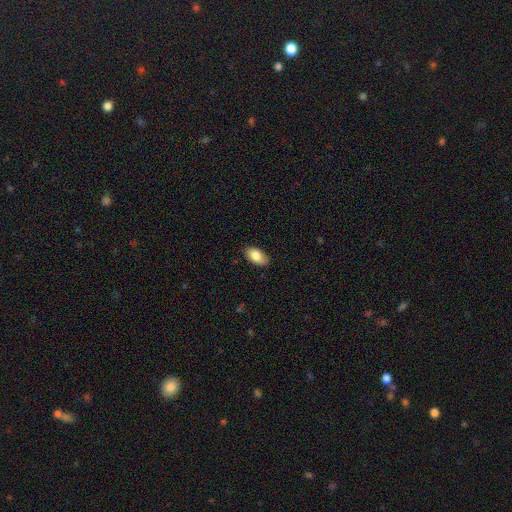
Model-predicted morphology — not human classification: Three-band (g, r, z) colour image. It shows a smooth galaxy with no disk features (84%) that is in between round and cigar-shaped (94%). Merging: none (85%).